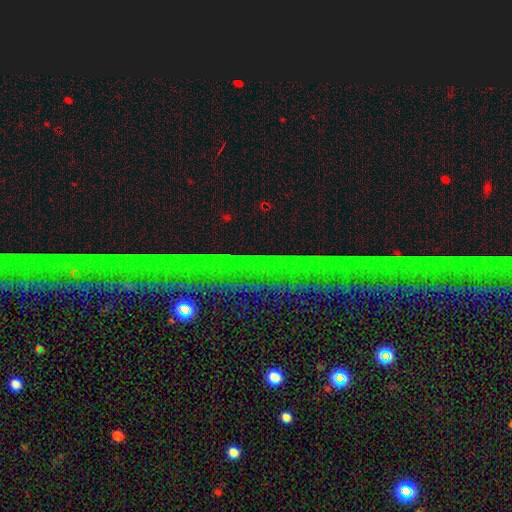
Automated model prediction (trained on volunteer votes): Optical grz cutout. It shows a star or artifact, not a galaxy (83%).